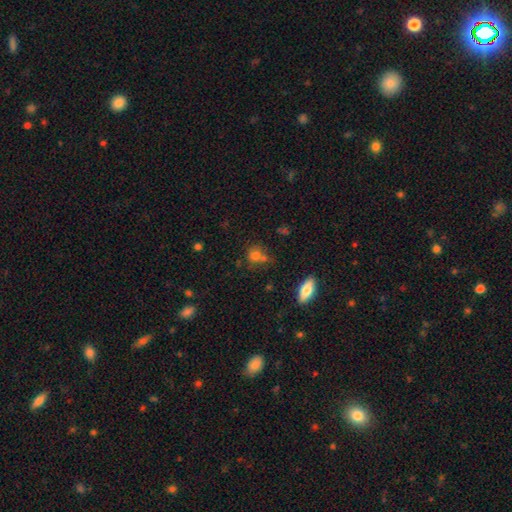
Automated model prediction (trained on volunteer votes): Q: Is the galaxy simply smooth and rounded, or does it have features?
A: smooth — 75%.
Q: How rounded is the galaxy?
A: round — 72%.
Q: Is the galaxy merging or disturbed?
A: none — 55%.